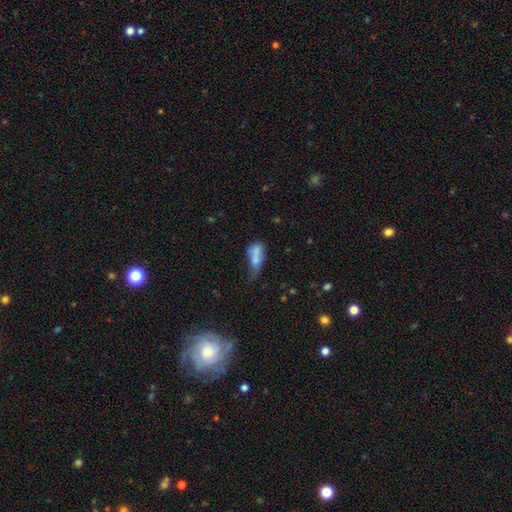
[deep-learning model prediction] smooth 65%, featured or disk 24%, star or artifact 10%. Down the decision tree: how rounded — in between (69%); merging — minor disturbance (27%).